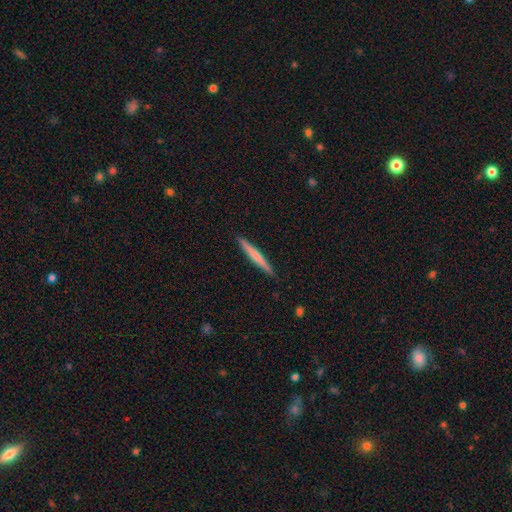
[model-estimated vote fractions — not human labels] A smooth galaxy with no disk features (57%) that is cigar-shaped (96%).

Vote fractions:
- Smooth or featured? smooth: 57% / featured or disk: 38% / star or artifact: 5%
- How rounded? cigar-shaped: 96% / in between: 2% / round: 1%
- Merging? none: 91% / minor disturbance: 7% / major disturbance: 1% / merger: 1%